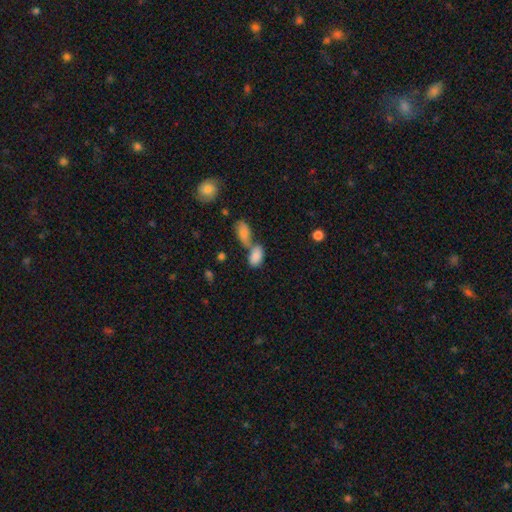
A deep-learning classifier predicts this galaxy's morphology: Smooth or featured? smooth (84%)
How rounded? in between (91%)
Merging? merger (59%)